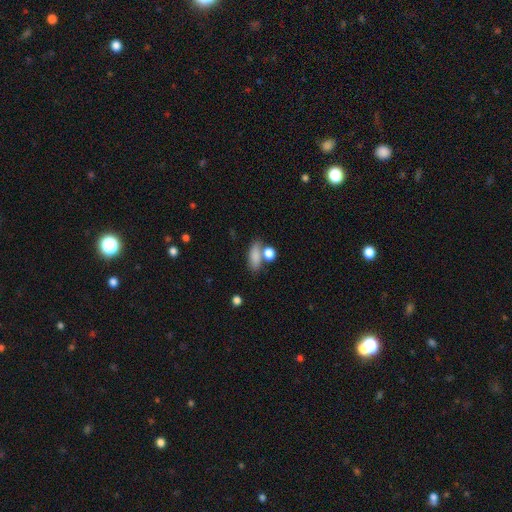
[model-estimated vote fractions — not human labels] Q: Smooth or featured?
A: smooth (82%); runner-up: featured or disk (9%)
Q: How rounded?
A: in between (75%); runner-up: cigar-shaped (14%)
Q: Merging?
A: none (52%); runner-up: merger (27%)